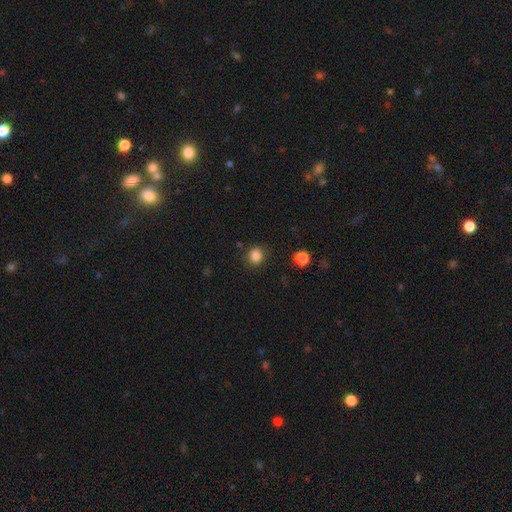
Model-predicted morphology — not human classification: This appears to be a smooth galaxy with no disk features (85%) that is round (77%). Merging: none (85%).